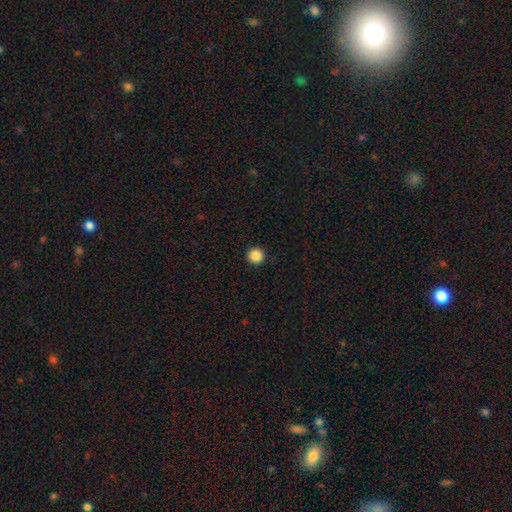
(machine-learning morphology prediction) This appears to be a smooth galaxy with no disk features (87%) that is round (96%). Merging: none (93%).